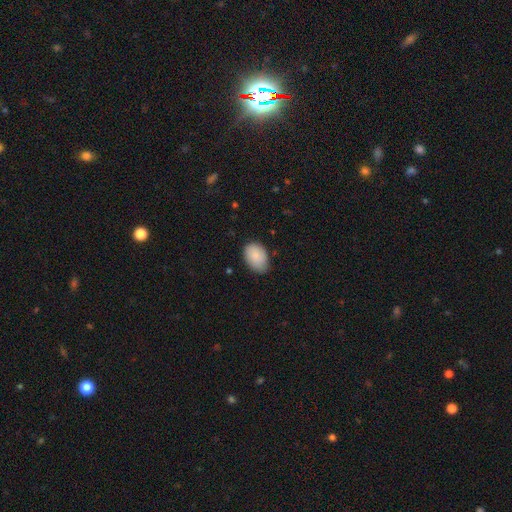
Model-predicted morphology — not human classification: Q: Smooth or featured?
A: smooth (87%); runner-up: star or artifact (7%)
Q: How rounded?
A: in between (86%); runner-up: round (13%)
Q: Merging?
A: none (69%); runner-up: minor disturbance (26%)